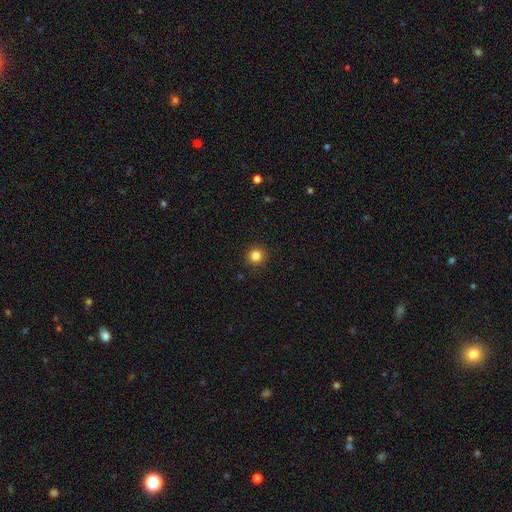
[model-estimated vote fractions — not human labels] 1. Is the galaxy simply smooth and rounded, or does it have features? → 84% smooth, 12% star or artifact, 4% featured or disk.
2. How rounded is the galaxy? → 94% round, 5% in between, 1% cigar-shaped.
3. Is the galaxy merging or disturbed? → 92% none, 5% minor disturbance, 2% major disturbance, 1% merger.